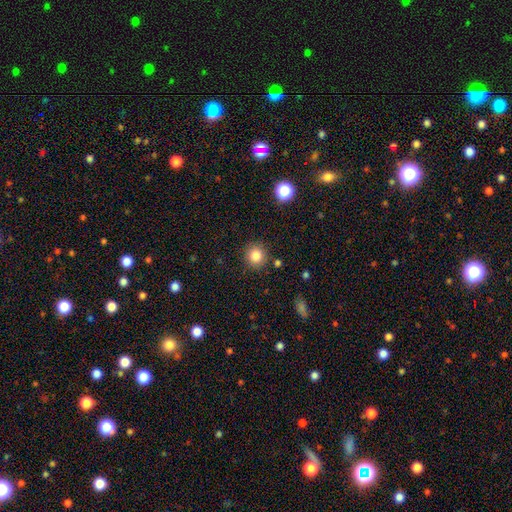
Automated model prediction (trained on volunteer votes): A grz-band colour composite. It shows a smooth galaxy with no disk features (84%) that is round (92%). Merging: none (88%).